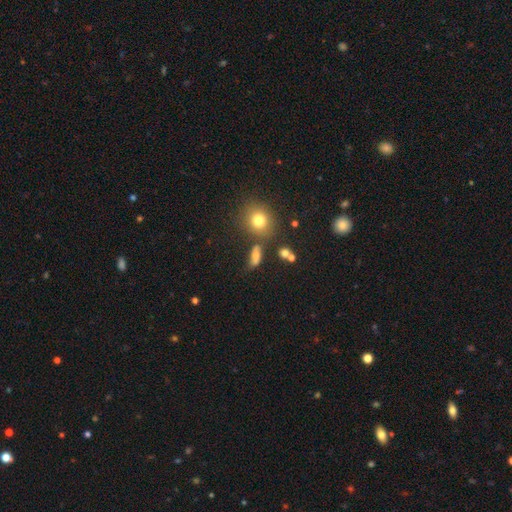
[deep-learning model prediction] This appears to be a smooth galaxy with no disk features (67%) that is in between round and cigar-shaped (63%). Merging: none (59%).